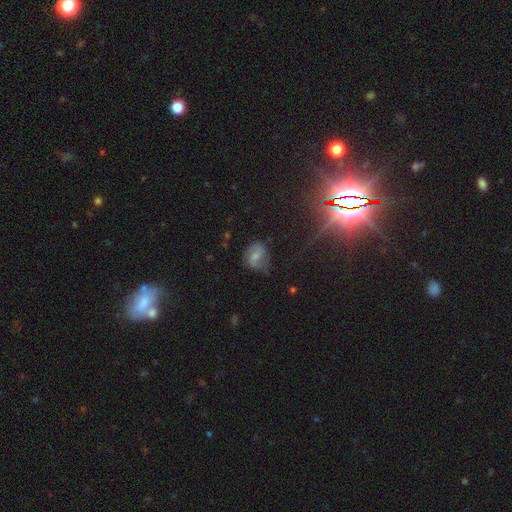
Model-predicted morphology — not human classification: smooth_or_featured: smooth (p=0.45) [alt: featured or disk p=0.41]
merging: none (p=0.63) [alt: minor disturbance p=0.24]